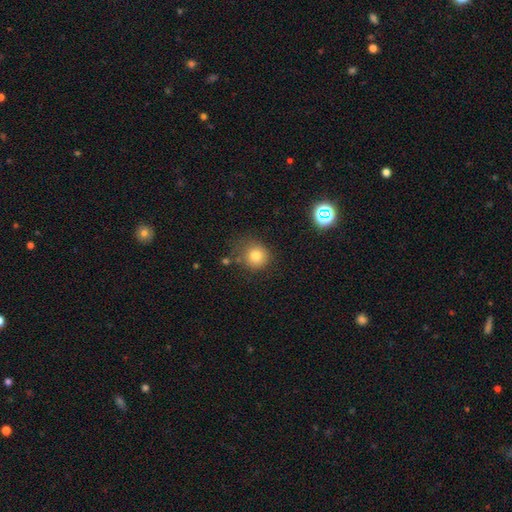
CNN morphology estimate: Smooth or featured? smooth (80%)
How rounded? round (87%)
Merging? none (69%)